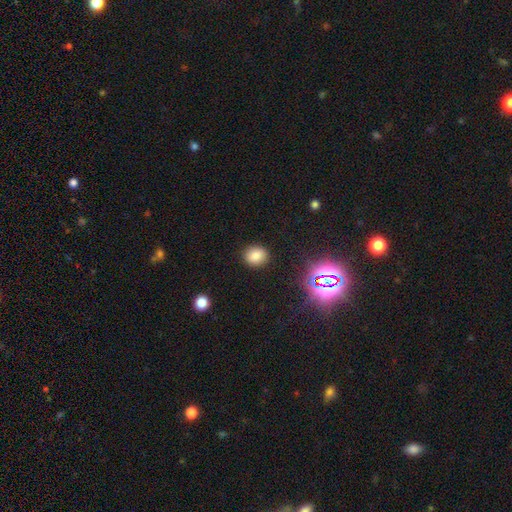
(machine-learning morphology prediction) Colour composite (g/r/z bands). It shows a smooth galaxy with no disk features (80%) that is round (66%). Merging: none (88%).